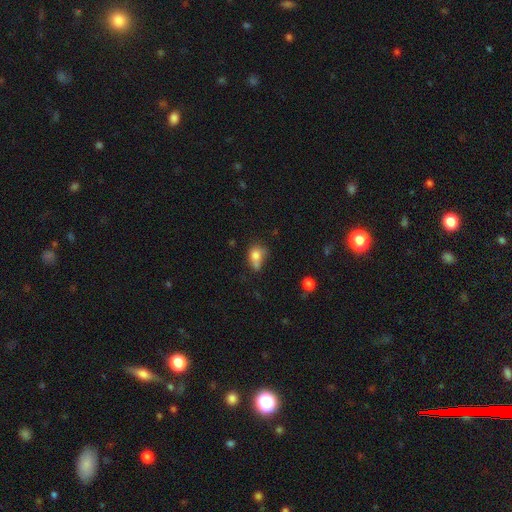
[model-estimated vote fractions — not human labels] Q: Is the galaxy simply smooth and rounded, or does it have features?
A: smooth — 75%.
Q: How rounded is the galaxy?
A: in between — 58%.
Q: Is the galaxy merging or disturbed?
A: none — 34%.